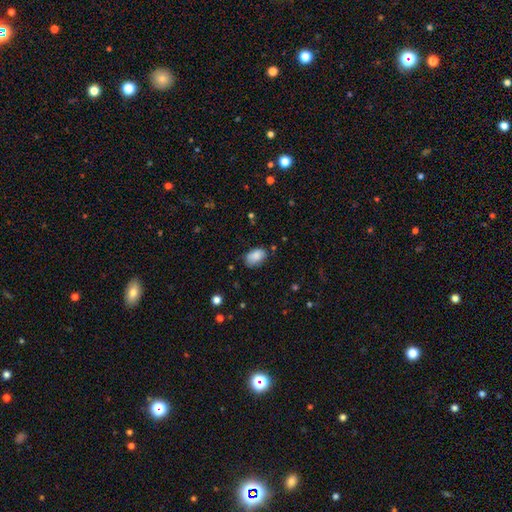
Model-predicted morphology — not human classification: smooth-or-featured: smooth: 87% | star or artifact: 7% | featured or disk: 6%
  how-rounded: in between: 89% | round: 9% | cigar-shaped: 1%
  merging: none: 73% | minor disturbance: 21% | major disturbance: 4% | merger: 2%